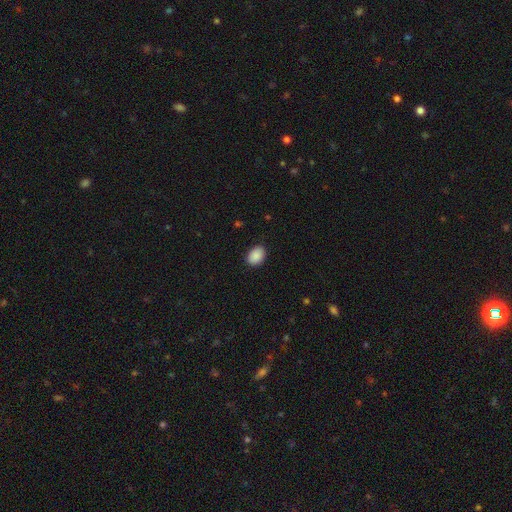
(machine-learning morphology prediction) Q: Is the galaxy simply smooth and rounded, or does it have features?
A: smooth — 90%.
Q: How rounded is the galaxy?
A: in between — 76%.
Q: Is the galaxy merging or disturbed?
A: none — 88%.